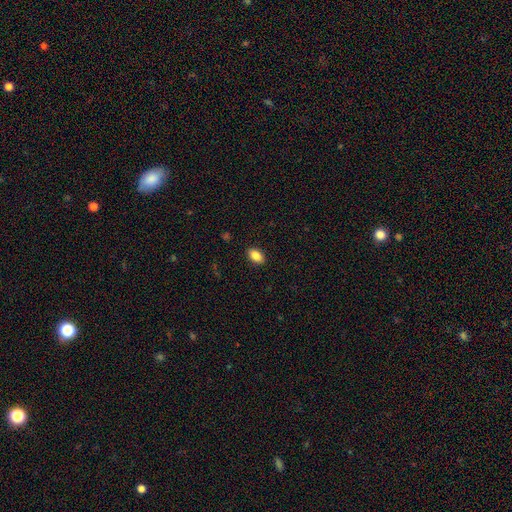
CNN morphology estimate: type=smooth (87%); roundness=in between (90%); merging=none (89%).